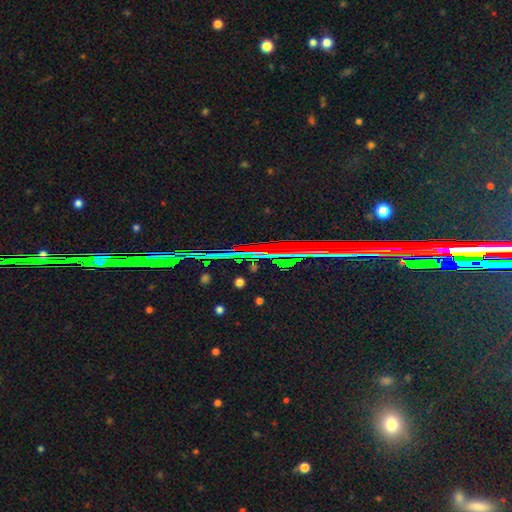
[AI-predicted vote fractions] Smooth or featured?
  - star or artifact: 83% *
  - featured or disk: 9%
  - smooth: 7%